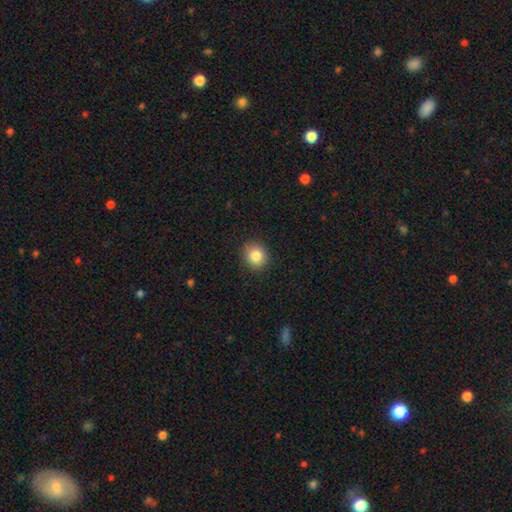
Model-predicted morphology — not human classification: The model was most divided on "how rounded": round: 82%, in between: 17%, cigar-shaped: 1%. More confident: merging — none (90%); smooth or featured — smooth (84%).